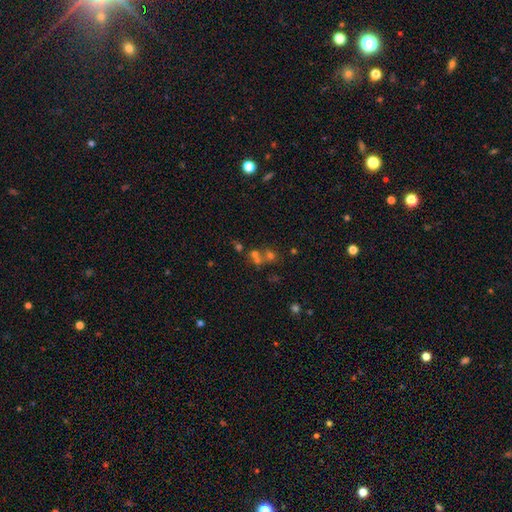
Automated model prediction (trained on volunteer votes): Smooth or featured? Predicted: smooth (p=0.42). Merging? Predicted: merger (p=0.45).